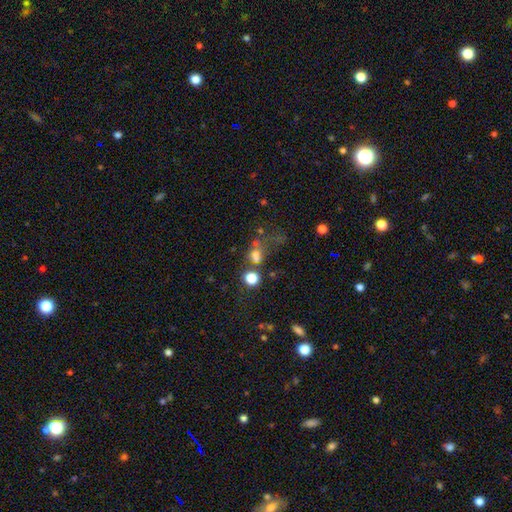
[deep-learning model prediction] A smooth galaxy with no disk features (62%) that is round (68%).

Vote fractions:
- Smooth or featured? smooth: 62% / star or artifact: 23% / featured or disk: 15%
- How rounded? round: 68% / in between: 30% / cigar-shaped: 2%
- Merging? none: 38% / merger: 32% / major disturbance: 18% / minor disturbance: 12%